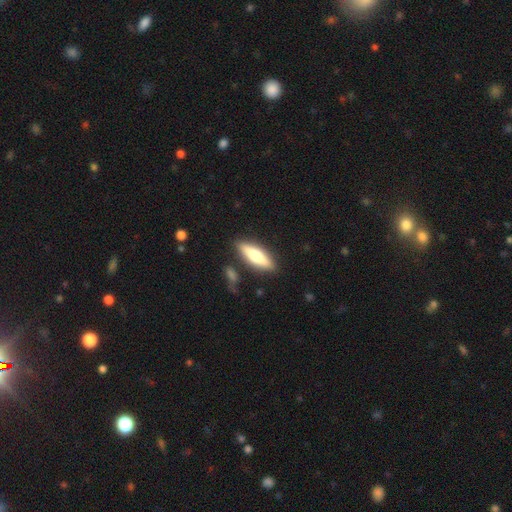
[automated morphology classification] type=smooth (59%); roundness=cigar-shaped (57%); merging=none (83%).